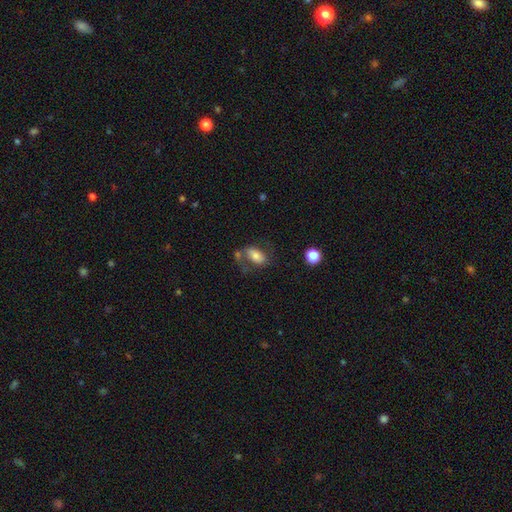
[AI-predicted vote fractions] Smooth or featured?
  - smooth: 68% *
  - featured or disk: 23%
  - star or artifact: 9%
How rounded?
  - in between: 89% *
  - round: 8%
  - cigar-shaped: 3%
Merging?
  - none: 49% *
  - minor disturbance: 20%
  - major disturbance: 17%
  - merger: 14%